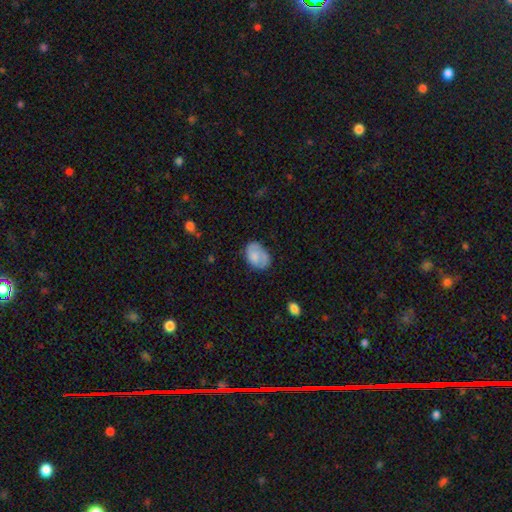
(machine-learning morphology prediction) Smooth or featured?
  - smooth: 64% *
  - featured or disk: 28%
  - star or artifact: 7%
How rounded?
  - in between: 81% *
  - round: 18%
  - cigar-shaped: 1%
Merging?
  - none: 63% *
  - minor disturbance: 27%
  - major disturbance: 8%
  - merger: 2%